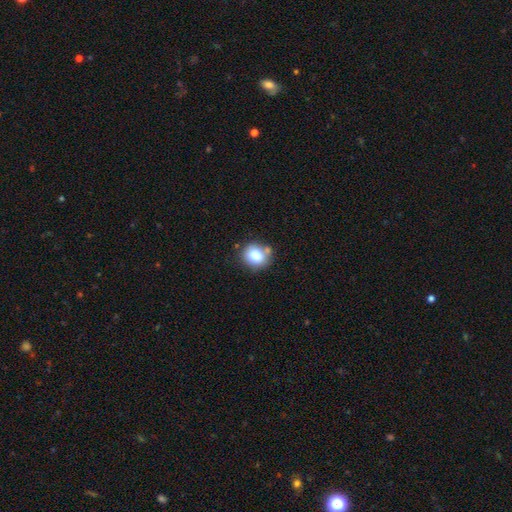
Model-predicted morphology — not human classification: Smooth or featured? smooth (79%)
How rounded? round (80%)
Merging? none (72%)